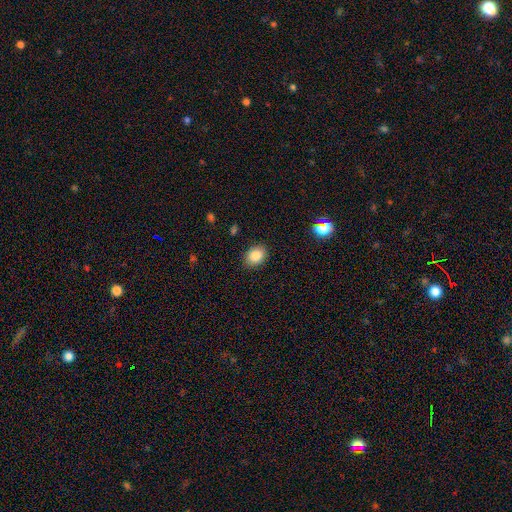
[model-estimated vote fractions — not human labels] smooth-or-featured: smooth: 85% | star or artifact: 9% | featured or disk: 6%
  how-rounded: in between: 65% | round: 34% | cigar-shaped: 1%
  merging: none: 87% | minor disturbance: 10% | major disturbance: 2% | merger: 1%